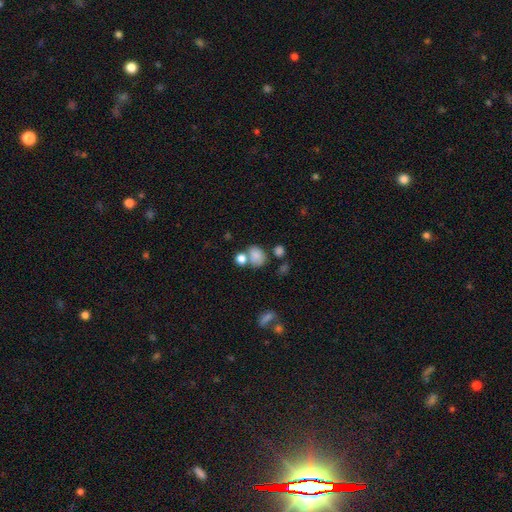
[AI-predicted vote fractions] A smooth galaxy with no disk features (81%) that is round (50%). Merging: none (48%).